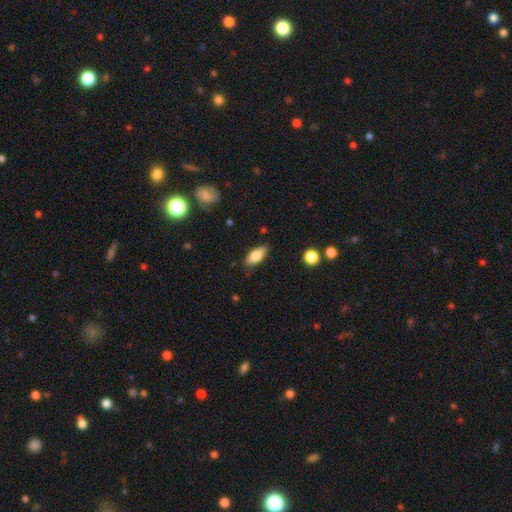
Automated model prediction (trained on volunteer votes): Smooth or featured?
  - smooth: 78% *
  - featured or disk: 15%
  - star or artifact: 7%
How rounded?
  - in between: 83% *
  - cigar-shaped: 14%
  - round: 3%
Merging?
  - none: 84% *
  - minor disturbance: 12%
  - major disturbance: 2%
  - merger: 1%